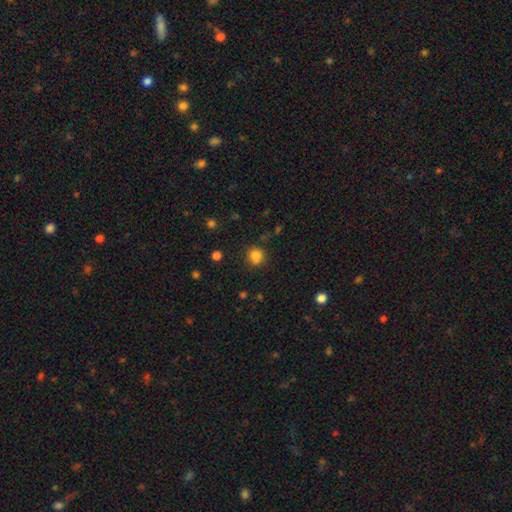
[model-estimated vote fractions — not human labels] smooth_or_featured: smooth (p=0.83) [alt: star or artifact p=0.13]
how_rounded: round (p=0.85) [alt: in between p=0.14]
merging: none (p=0.78) [alt: minor disturbance p=0.14]